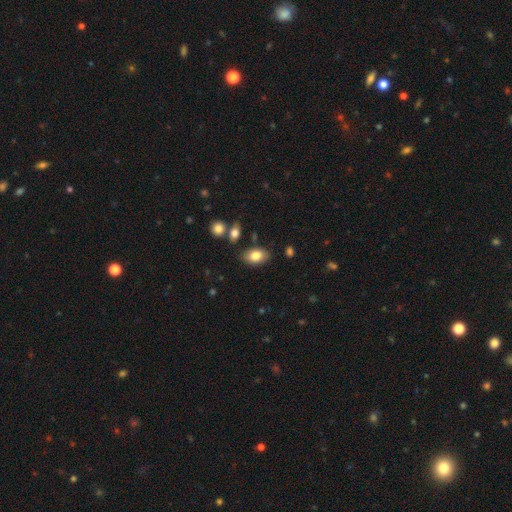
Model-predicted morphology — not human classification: A smooth galaxy with no disk features (82%) that is in between round and cigar-shaped (90%). Merging: none (81%).